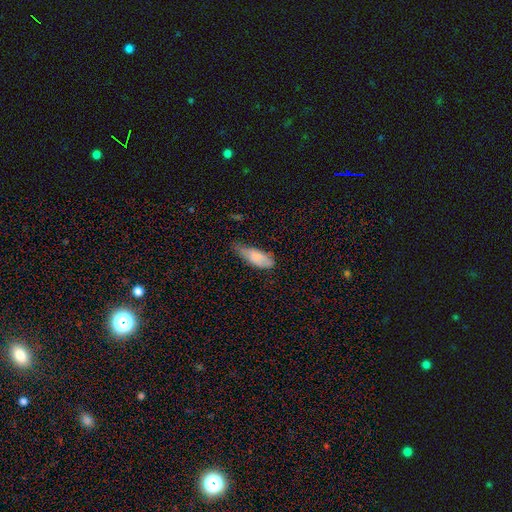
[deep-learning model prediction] Smooth or featured?
  - smooth: 78% *
  - featured or disk: 15%
  - star or artifact: 7%
How rounded?
  - in between: 71% *
  - cigar-shaped: 27%
  - round: 2%
Merging?
  - minor disturbance: 46% *
  - none: 38%
  - major disturbance: 14%
  - merger: 2%